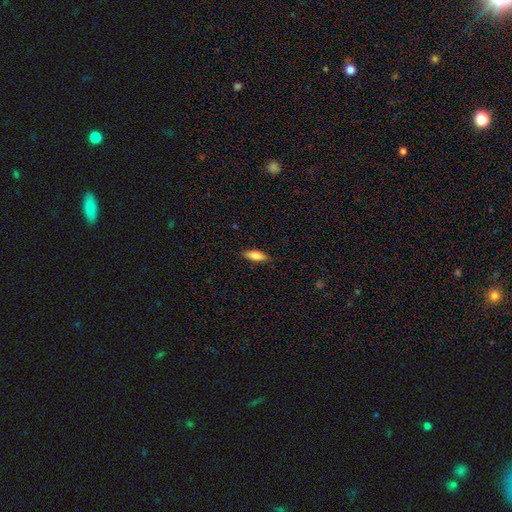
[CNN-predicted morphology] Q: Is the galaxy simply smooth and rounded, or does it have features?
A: smooth — 81%.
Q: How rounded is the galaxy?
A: in between — 67%.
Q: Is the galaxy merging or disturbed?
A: none — 86%.